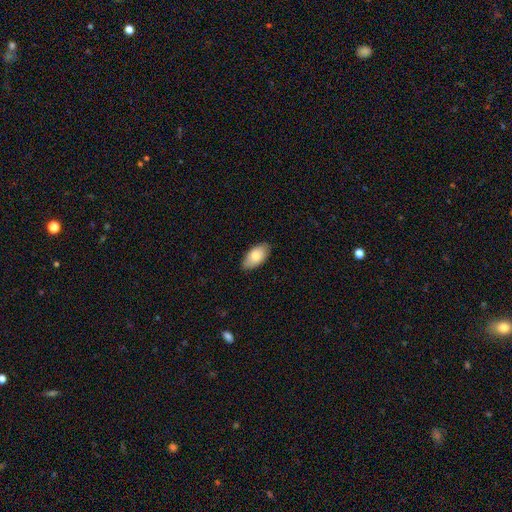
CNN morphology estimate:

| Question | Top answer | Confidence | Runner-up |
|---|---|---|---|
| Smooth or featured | smooth | 81% | featured or disk (13%) |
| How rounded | in between | 95% | cigar-shaped (3%) |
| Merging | none | 86% | minor disturbance (12%) |